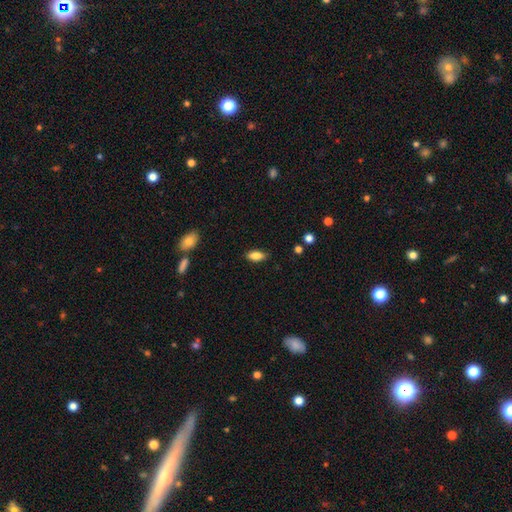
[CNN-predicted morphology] This is clearly a smooth galaxy (82%). How rounded: clearly in between (84%). Merging: clearly none (83%).